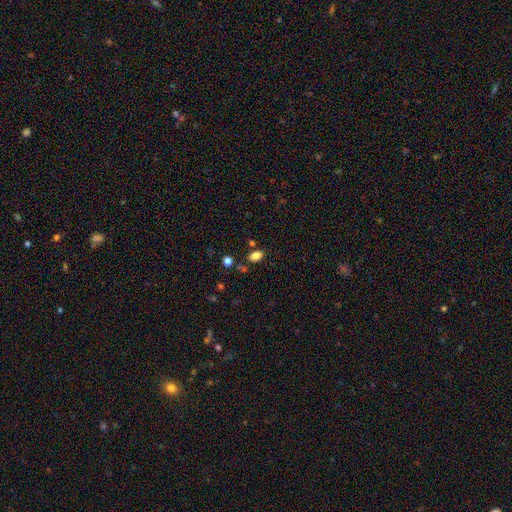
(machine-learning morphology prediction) Smooth or featured? smooth (83%)
How rounded? in between (87%)
Merging? none (77%)